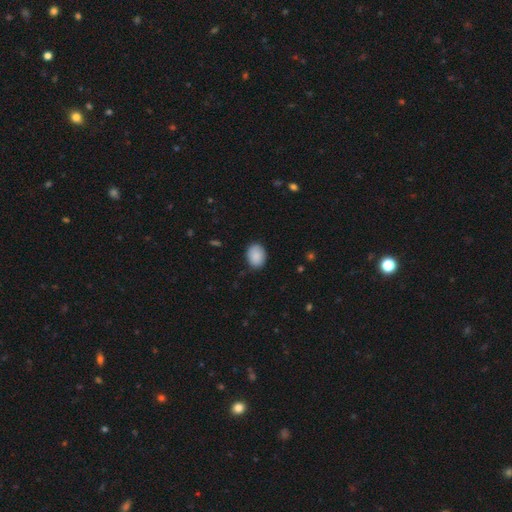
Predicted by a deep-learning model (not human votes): smooth-or-featured: smooth: 89% | star or artifact: 7% | featured or disk: 4%
  how-rounded: in between: 64% | round: 35% | cigar-shaped: 1%
  merging: none: 84% | minor disturbance: 12% | major disturbance: 2% | merger: 1%